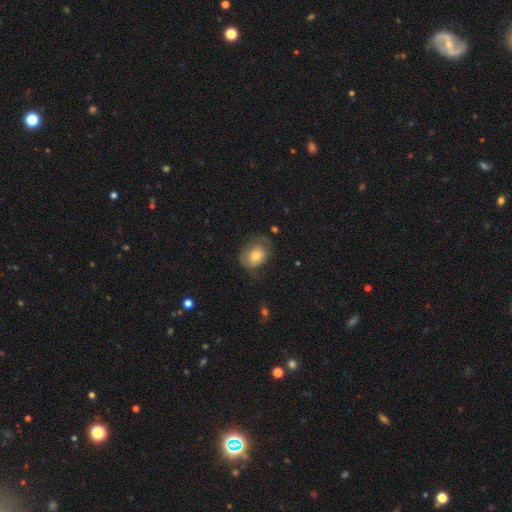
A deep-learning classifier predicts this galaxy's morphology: Q: Smooth or featured?
A: smooth (66%); runner-up: featured or disk (26%)
Q: How rounded?
A: in between (57%); runner-up: round (42%)
Q: Merging?
A: none (53%); runner-up: minor disturbance (29%)